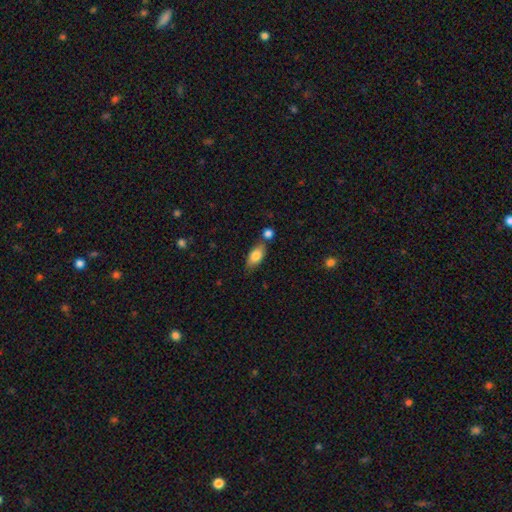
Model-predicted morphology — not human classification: Overall: smooth (82%). How rounded: in between (87%). Merging: none (63%).